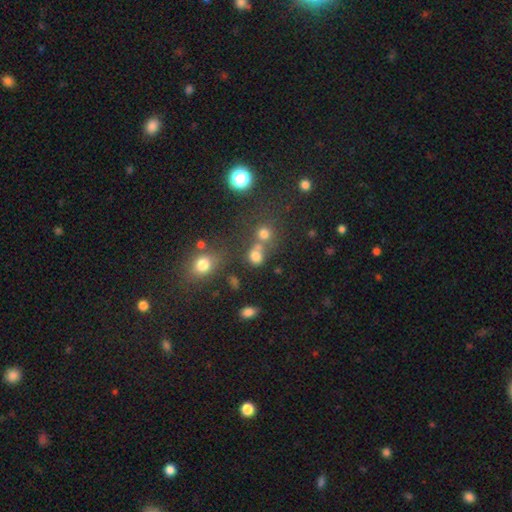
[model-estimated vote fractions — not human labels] The model was most divided on "merging": none: 50%, merger: 33%, minor disturbance: 11%, major disturbance: 6%. More confident: smooth or featured — smooth (72%); how rounded — round (71%).